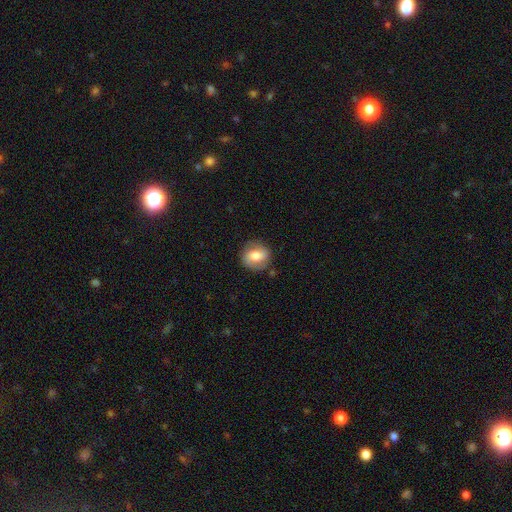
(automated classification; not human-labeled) Morphology: type=smooth (59%); roundness=round (73%); merging=none (80%).